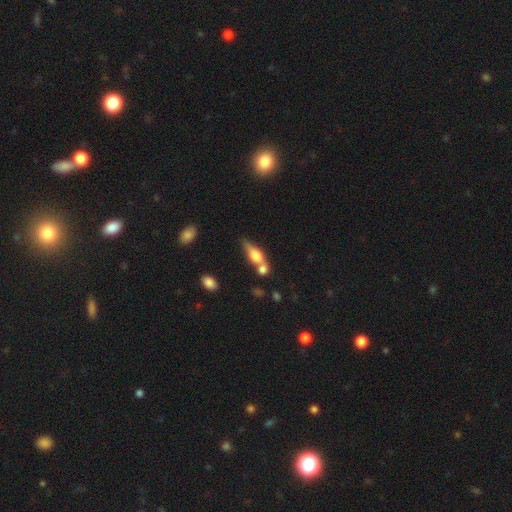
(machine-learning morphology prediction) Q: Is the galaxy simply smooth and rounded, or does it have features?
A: smooth — 64%.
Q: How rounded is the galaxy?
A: in between — 61%.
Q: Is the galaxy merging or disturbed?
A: merger — 43%.